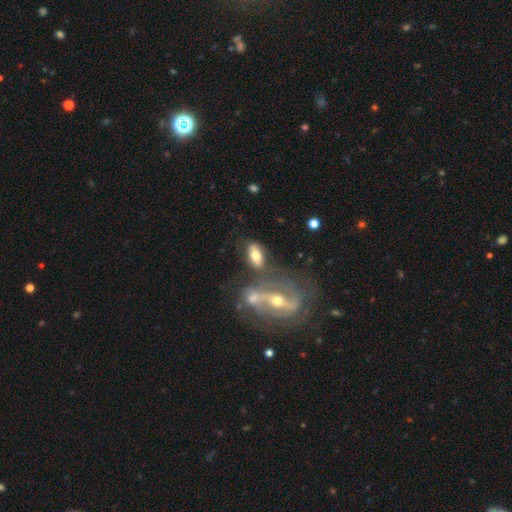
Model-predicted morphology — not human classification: This is possibly a smooth galaxy (57%). How rounded: clearly in between (87%). Merging: likely none (62%).